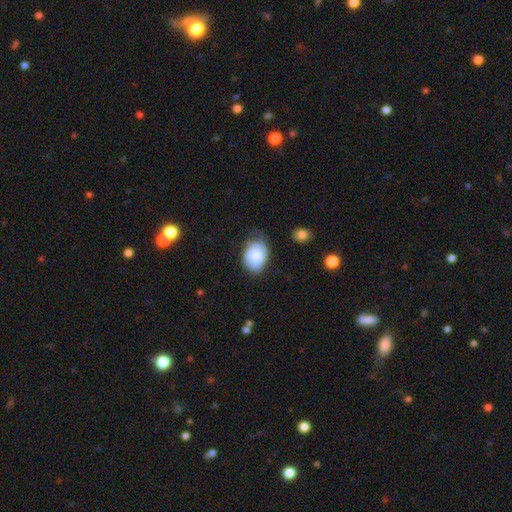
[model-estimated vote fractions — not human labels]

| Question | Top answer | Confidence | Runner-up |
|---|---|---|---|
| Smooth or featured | smooth | 78% | featured or disk (15%) |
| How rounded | in between | 71% | round (29%) |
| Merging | none | 49% | minor disturbance (38%) |